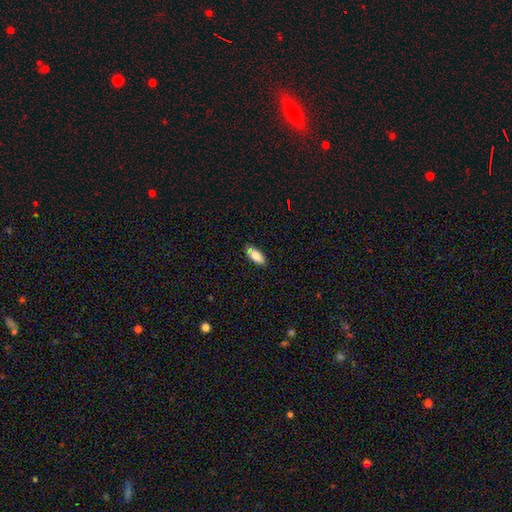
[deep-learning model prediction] A smooth galaxy with no disk features (80%) that is in between round and cigar-shaped (76%). Merging: none (75%).